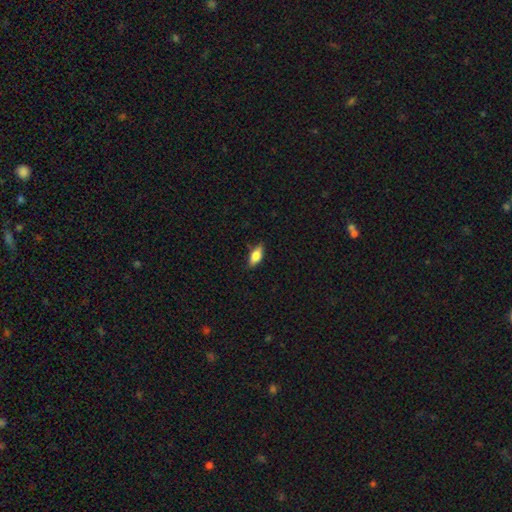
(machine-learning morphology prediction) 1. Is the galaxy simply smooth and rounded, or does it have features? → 73% smooth, 20% featured or disk, 7% star or artifact.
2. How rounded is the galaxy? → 80% in between, 17% cigar-shaped, 3% round.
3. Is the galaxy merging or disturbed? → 82% none, 14% minor disturbance, 3% major disturbance, 1% merger.